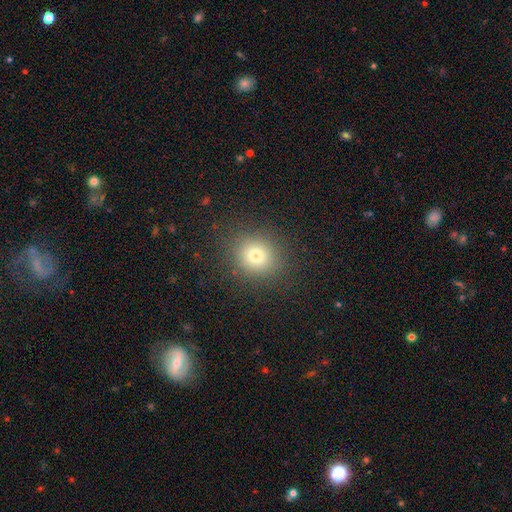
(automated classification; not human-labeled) Q: Smooth or featured?
A: smooth (77%); runner-up: star or artifact (15%)
Q: How rounded?
A: round (83%); runner-up: in between (16%)
Q: Merging?
A: none (89%); runner-up: minor disturbance (7%)